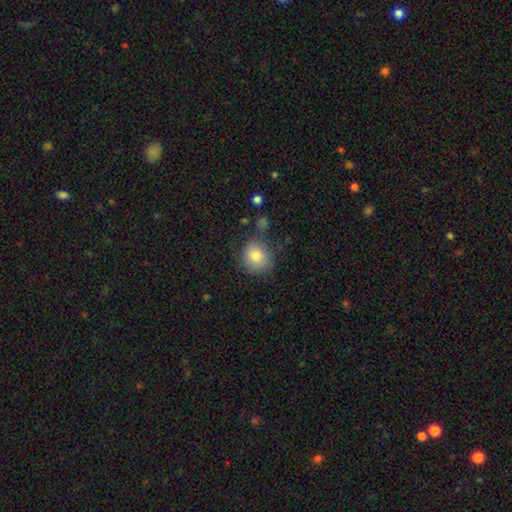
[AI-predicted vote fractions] Smooth or featured?
  - smooth: 81% *
  - featured or disk: 10%
  - star or artifact: 9%
How rounded?
  - round: 77% *
  - in between: 22%
  - cigar-shaped: 1%
Merging?
  - none: 63% *
  - minor disturbance: 22%
  - major disturbance: 9%
  - merger: 6%